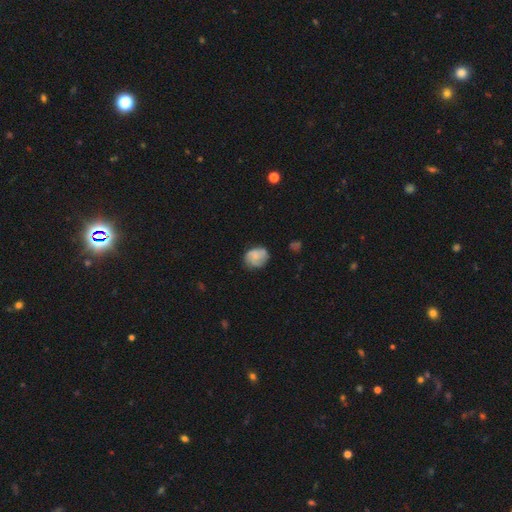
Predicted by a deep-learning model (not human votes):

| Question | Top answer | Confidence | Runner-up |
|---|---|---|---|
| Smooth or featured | smooth | 53% | featured or disk (39%) |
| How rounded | round | 59% | in between (40%) |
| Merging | none | 63% | minor disturbance (27%) |